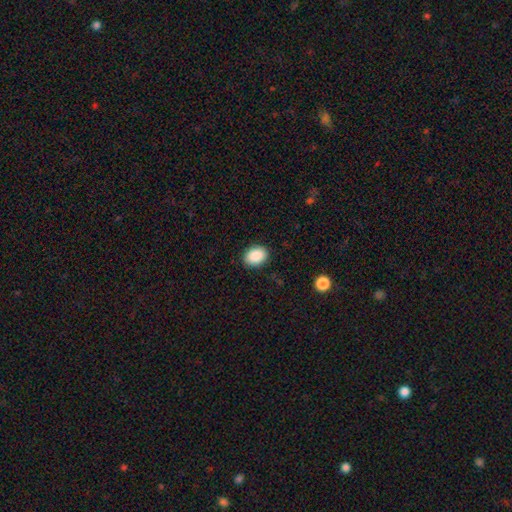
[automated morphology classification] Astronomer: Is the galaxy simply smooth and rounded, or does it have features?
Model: smooth — 89%.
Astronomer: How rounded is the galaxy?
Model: in between — 68%.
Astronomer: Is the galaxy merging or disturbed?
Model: none — 89%.